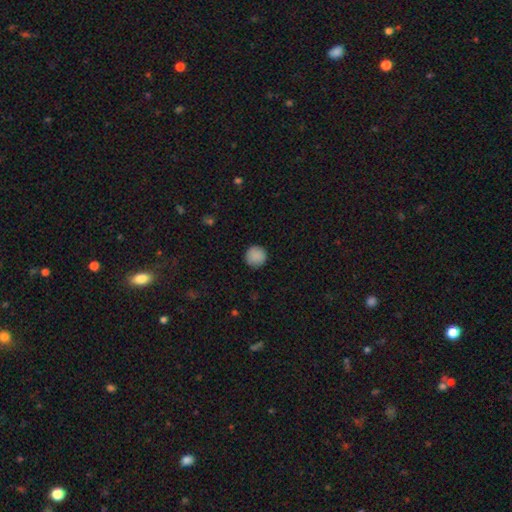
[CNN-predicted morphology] This appears to be a smooth galaxy with no disk features (89%) that is round (96%). Merging: none (91%).